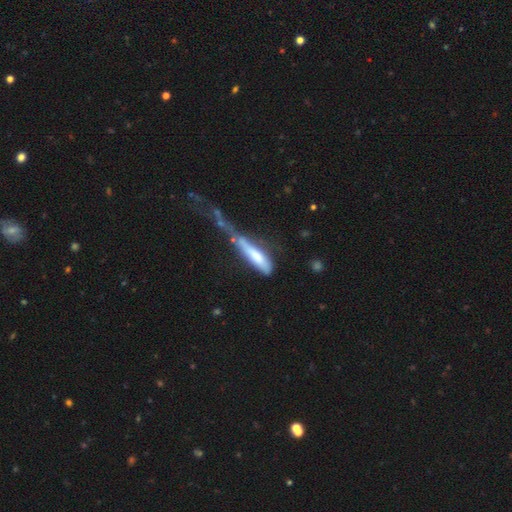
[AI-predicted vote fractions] Smooth or featured: smooth — 65% (featured or disk — 28%)
How rounded: cigar-shaped — 75% (in between — 23%)
Merging: major disturbance — 37% (minor disturbance — 23%)